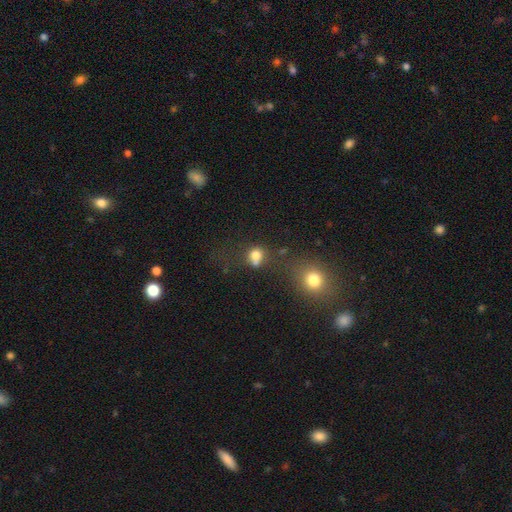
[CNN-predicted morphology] Smooth or featured?
  - smooth: 75% *
  - star or artifact: 14%
  - featured or disk: 11%
How rounded?
  - round: 65% *
  - in between: 33%
  - cigar-shaped: 1%
Merging?
  - none: 45% *
  - merger: 28%
  - minor disturbance: 16%
  - major disturbance: 11%